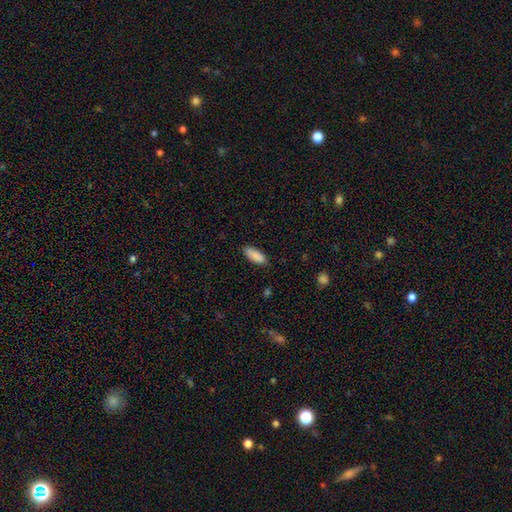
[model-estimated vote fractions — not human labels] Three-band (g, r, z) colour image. It shows a smooth galaxy with no disk features (89%) that is in between round and cigar-shaped (78%). Merging: none (84%).